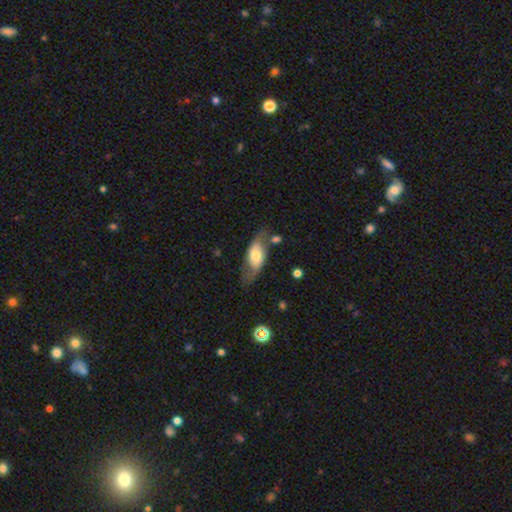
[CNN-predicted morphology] The model was most divided on "smooth or featured": smooth: 52%, featured or disk: 42%, star or artifact: 6%. More confident: how rounded — in between (81%); merging — none (62%).